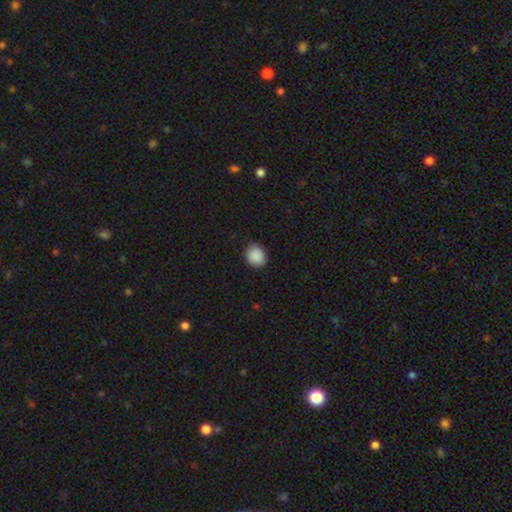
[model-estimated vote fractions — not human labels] Overall: smooth (89%). How rounded: round (73%). Merging: none (87%).